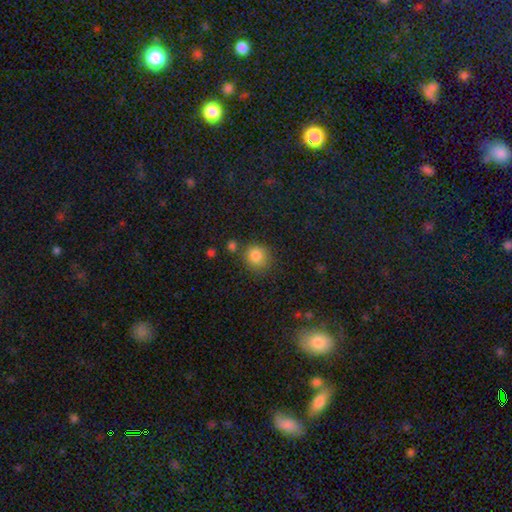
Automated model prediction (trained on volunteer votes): This appears to be a smooth galaxy with no disk features (83%) that is round (88%). Merging: none (76%).